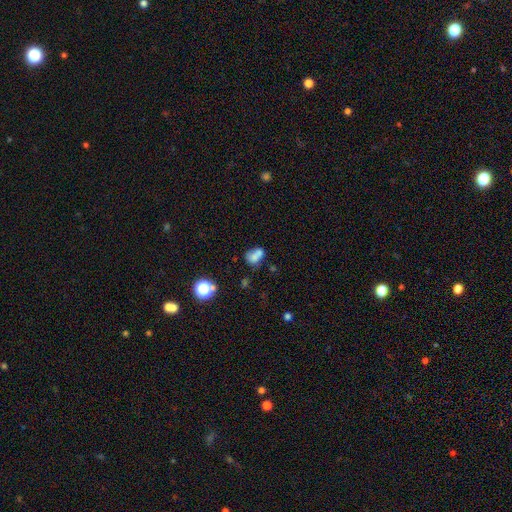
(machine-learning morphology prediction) smooth_or_featured: smooth (p=0.70) [alt: featured or disk p=0.16]
how_rounded: in between (p=0.67) [alt: round p=0.31]
merging: merger (p=0.42) [alt: none p=0.31]